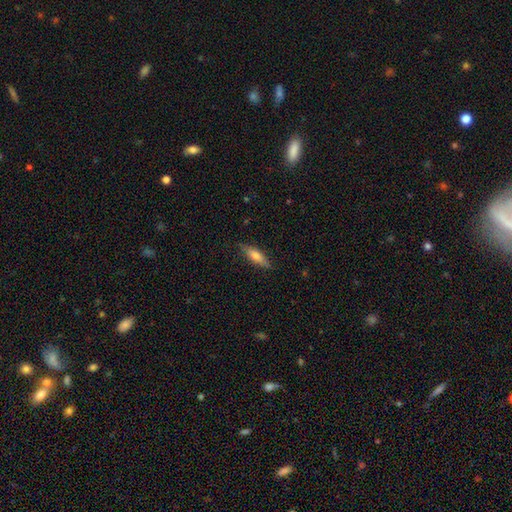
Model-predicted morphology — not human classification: Smooth or featured?
  - smooth: 60% *
  - featured or disk: 34%
  - star or artifact: 6%
How rounded?
  - cigar-shaped: 55% *
  - in between: 42%
  - round: 2%
Merging?
  - none: 81% *
  - minor disturbance: 15%
  - major disturbance: 3%
  - merger: 1%